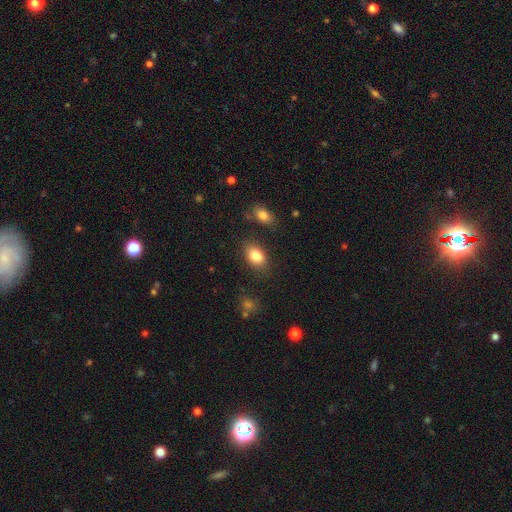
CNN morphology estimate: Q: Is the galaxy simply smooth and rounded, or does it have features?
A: smooth — 85%.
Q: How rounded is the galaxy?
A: in between — 86%.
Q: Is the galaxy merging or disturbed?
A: none — 80%.